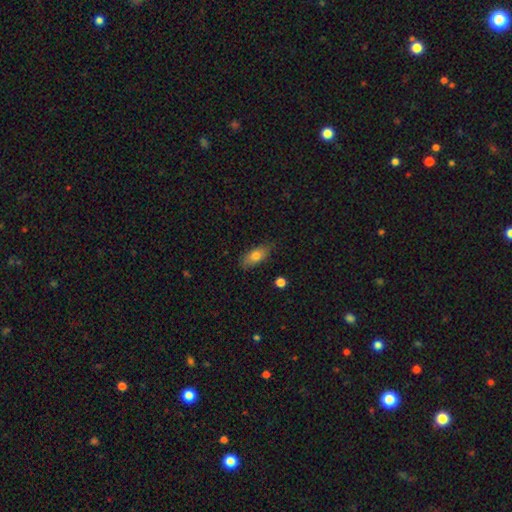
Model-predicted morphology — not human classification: smooth_or_featured: smooth (p=0.73) [alt: featured or disk p=0.19]
how_rounded: in between (p=0.81) [alt: cigar-shaped p=0.14]
merging: none (p=0.78) [alt: minor disturbance p=0.18]